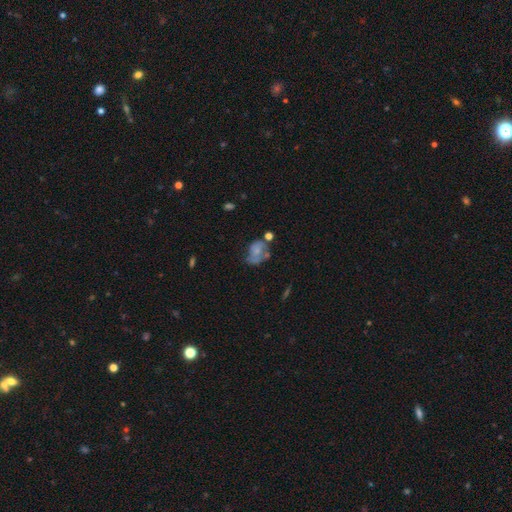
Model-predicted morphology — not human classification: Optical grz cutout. It shows a featured or disk galaxy (42%). Merging: none (46%).